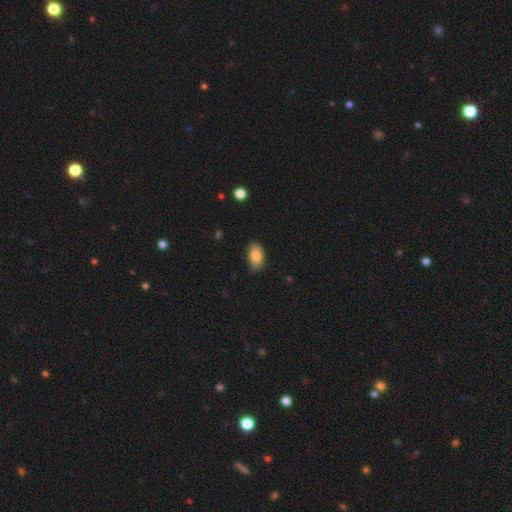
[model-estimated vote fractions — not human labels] smooth_or_featured: smooth (p=0.85) [alt: featured or disk p=0.08]
how_rounded: in between (p=0.91) [alt: round p=0.07]
merging: none (p=0.81) [alt: minor disturbance p=0.15]